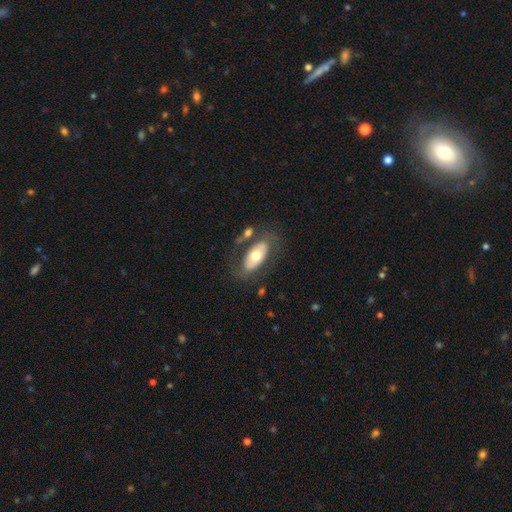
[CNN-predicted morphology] A smooth galaxy with no disk features (55%) that is in between round and cigar-shaped (91%). Merging: none (65%).